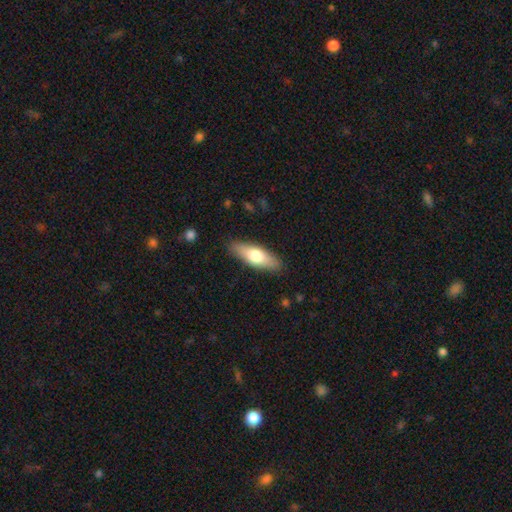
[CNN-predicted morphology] Smooth or featured? Predicted: smooth (p=0.66). How rounded? Predicted: in between (p=0.58). Merging? Predicted: none (p=0.87).